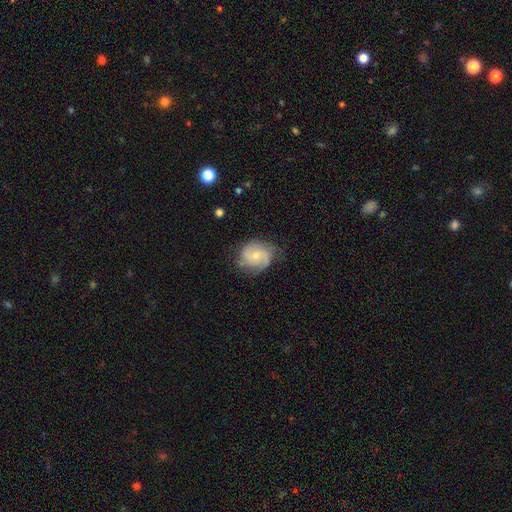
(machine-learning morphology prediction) A featured or disk galaxy (51%). Merging: none (62%).